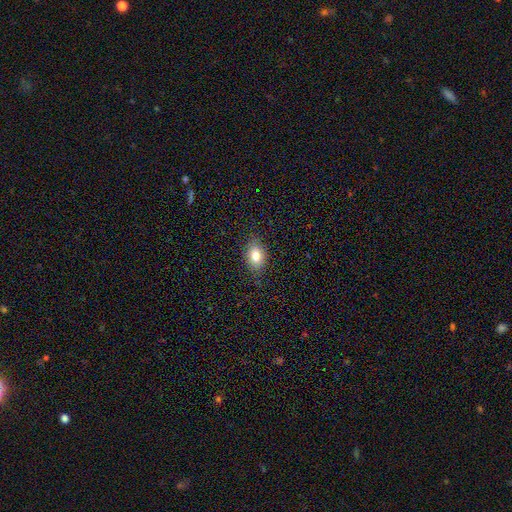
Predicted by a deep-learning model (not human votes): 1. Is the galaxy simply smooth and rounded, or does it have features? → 80% smooth, 10% featured or disk, 9% star or artifact.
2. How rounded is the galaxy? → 81% in between, 17% round, 2% cigar-shaped.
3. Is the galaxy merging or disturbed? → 84% none, 12% minor disturbance, 3% major disturbance, 1% merger.